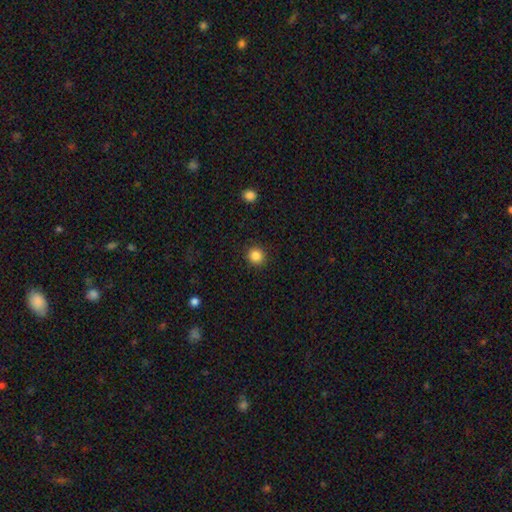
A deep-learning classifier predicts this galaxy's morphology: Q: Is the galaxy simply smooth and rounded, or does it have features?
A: smooth — 86%.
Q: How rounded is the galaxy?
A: round — 93%.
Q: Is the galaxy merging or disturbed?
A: none — 91%.